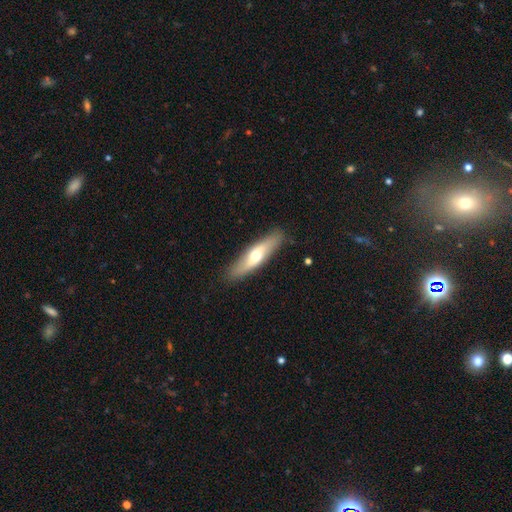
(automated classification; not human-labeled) Smooth or featured? Predicted: smooth (p=0.50). How rounded? Predicted: cigar-shaped (p=0.68). Merging? Predicted: none (p=0.87).